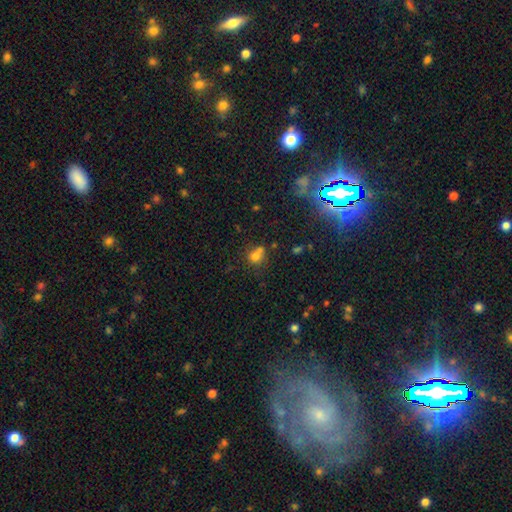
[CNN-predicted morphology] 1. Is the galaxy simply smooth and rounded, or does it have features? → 71% smooth, 17% star or artifact, 12% featured or disk.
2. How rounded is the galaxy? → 76% round, 23% in between, 1% cigar-shaped.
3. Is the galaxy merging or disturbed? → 45% none, 37% merger, 13% minor disturbance, 5% major disturbance.